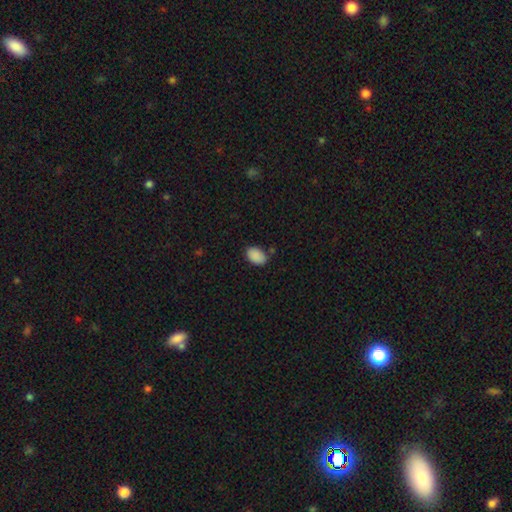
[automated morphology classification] smooth 89%, star or artifact 8%, featured or disk 3%. Down the decision tree: how rounded — in between (89%); merging — none (79%).